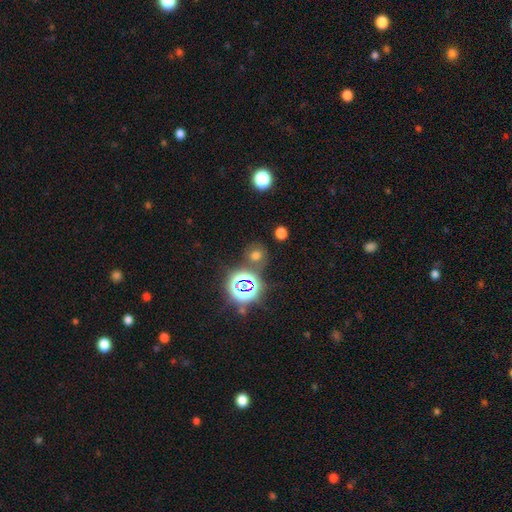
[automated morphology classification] type=smooth (54%); roundness=round (80%); merging=none (74%).